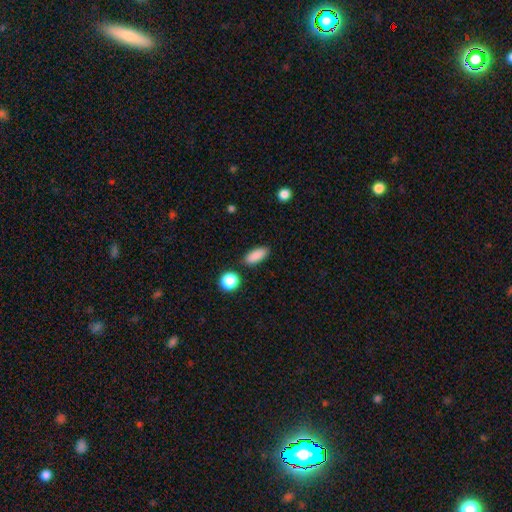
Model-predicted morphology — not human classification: Smooth or featured: smooth — 88% (star or artifact — 8%)
How rounded: in between — 80% (cigar-shaped — 15%)
Merging: none — 85% (minor disturbance — 9%)